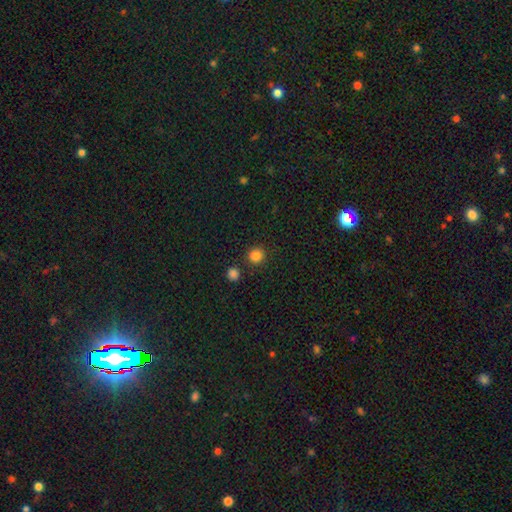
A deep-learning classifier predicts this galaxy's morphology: The model was most divided on "smooth or featured": smooth: 84%, star or artifact: 13%, featured or disk: 3%. More confident: how rounded — round (90%); merging — none (84%).